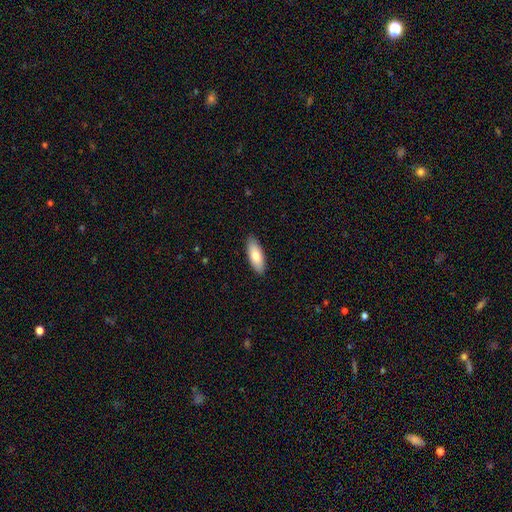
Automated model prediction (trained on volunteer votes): smooth_or_featured: smooth (p=0.79) [alt: featured or disk p=0.15]
how_rounded: in between (p=0.74) [alt: cigar-shaped p=0.24]
merging: none (p=0.89) [alt: minor disturbance p=0.08]